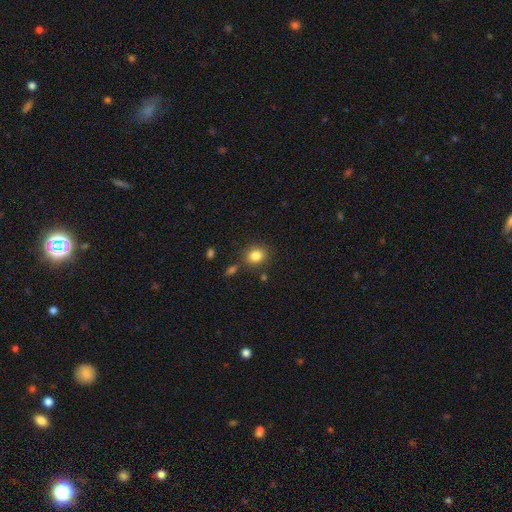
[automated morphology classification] A smooth galaxy with no disk features (84%) that is round (72%).

Vote fractions:
- Smooth or featured? smooth: 84% / star or artifact: 10% / featured or disk: 6%
- How rounded? round: 72% / in between: 27% / cigar-shaped: 1%
- Merging? none: 81% / minor disturbance: 10% / merger: 5% / major disturbance: 3%